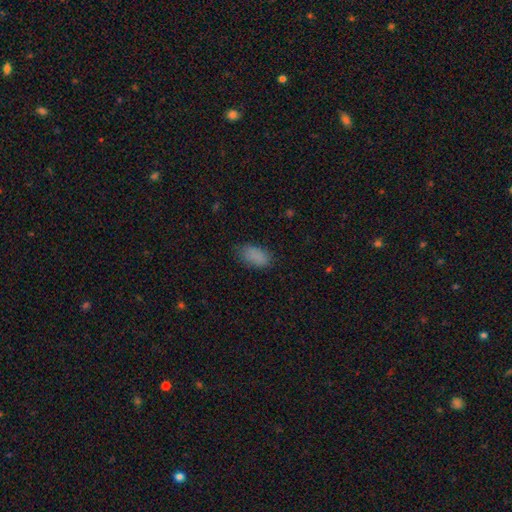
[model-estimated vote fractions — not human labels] The model was most divided on "merging": none: 77%, minor disturbance: 18%, major disturbance: 5%, merger: 1%. More confident: how rounded — in between (93%); smooth or featured — smooth (86%).